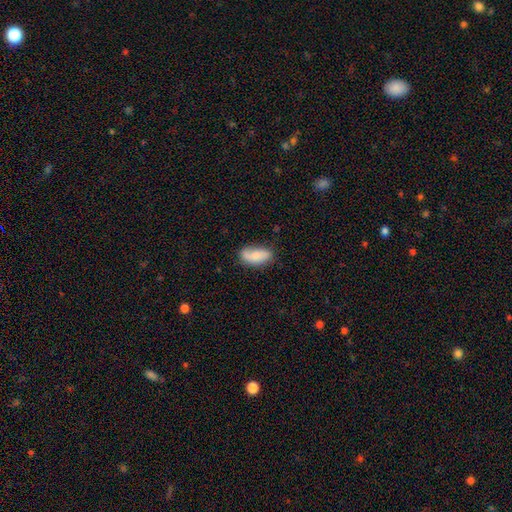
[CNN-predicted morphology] smooth_or_featured: smooth (p=0.72) [alt: featured or disk p=0.21]
how_rounded: in between (p=0.89) [alt: cigar-shaped p=0.08]
merging: none (p=0.63) [alt: minor disturbance p=0.26]